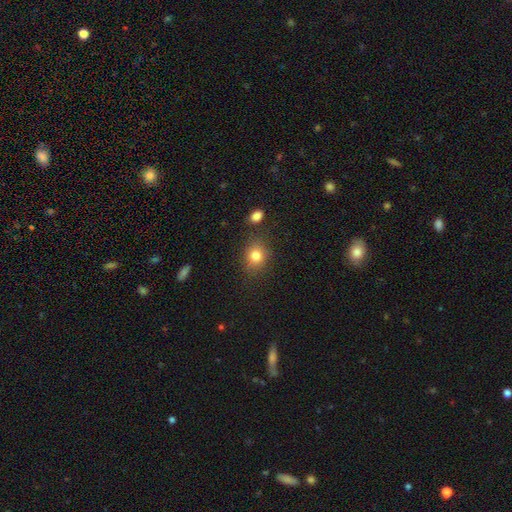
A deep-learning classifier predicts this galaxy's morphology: type=smooth (81%); roundness=round (62%); merging=none (78%).